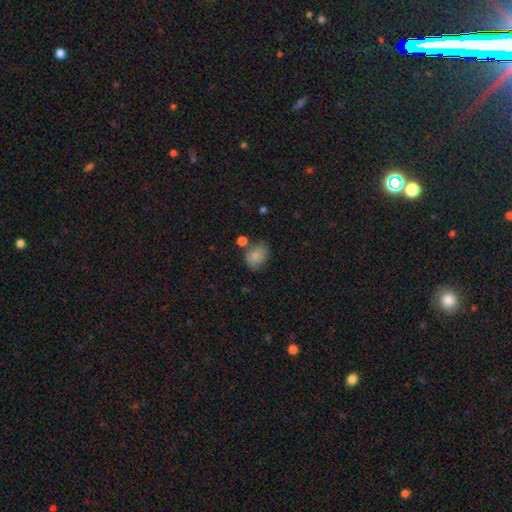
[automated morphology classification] A smooth galaxy with no disk features (84%) that is in between round and cigar-shaped (63%). Merging: none (62%).